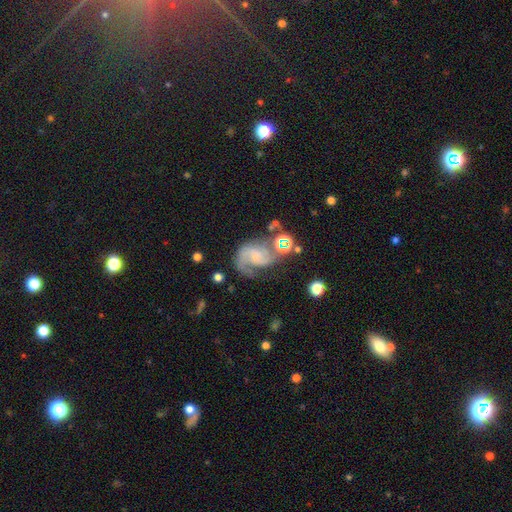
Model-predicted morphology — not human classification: type=featured or disk (81%); edge-on=no (98%); bar=no (55%); spiral arms=yes (95%); winding=medium (53%); arm count=2 (77%); bulge=small (47%); merging=none (47%).